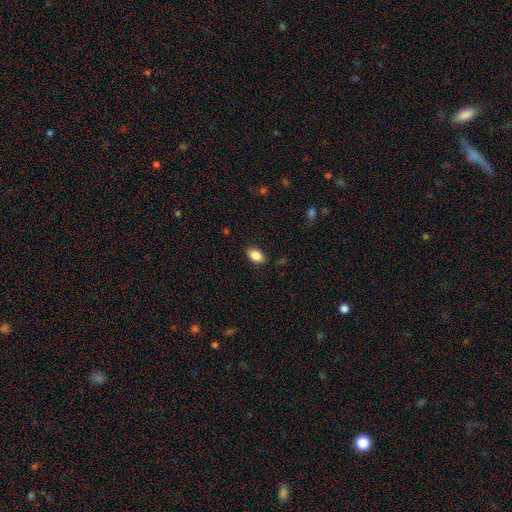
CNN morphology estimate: Smooth or featured?
  - smooth: 87% *
  - star or artifact: 8%
  - featured or disk: 6%
How rounded?
  - in between: 89% *
  - round: 10%
  - cigar-shaped: 2%
Merging?
  - none: 85% *
  - minor disturbance: 12%
  - major disturbance: 3%
  - merger: 1%